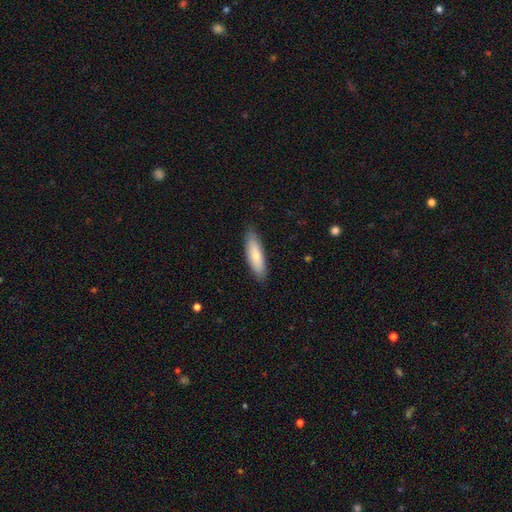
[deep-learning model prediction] Overall: smooth (79%). How rounded: cigar-shaped (53%; in between 45%). Merging: none (86%).